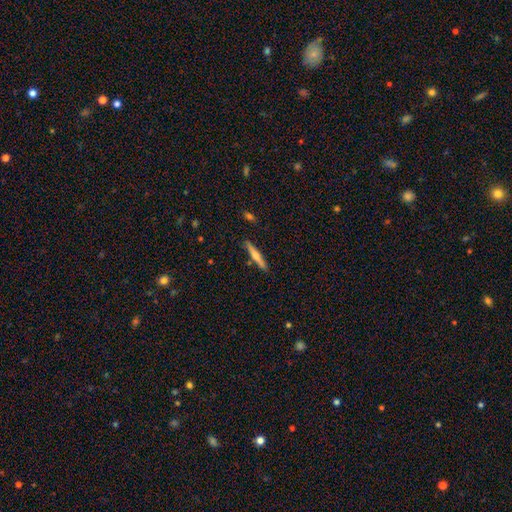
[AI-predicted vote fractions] Smooth or featured?
  - smooth: 52% *
  - featured or disk: 42%
  - star or artifact: 6%
How rounded?
  - cigar-shaped: 93% *
  - in between: 5%
  - round: 2%
Merging?
  - none: 87% *
  - minor disturbance: 9%
  - merger: 3%
  - major disturbance: 2%